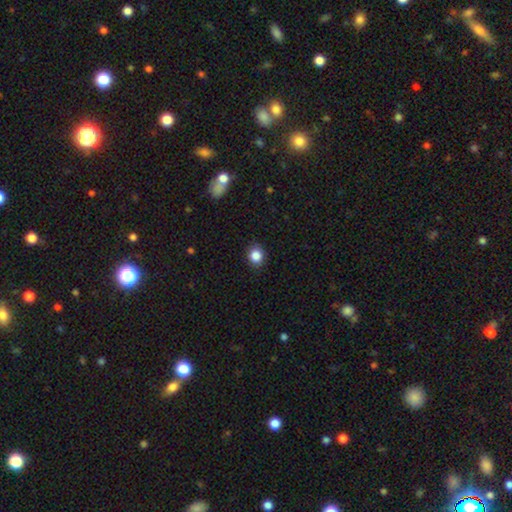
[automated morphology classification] Smooth or featured?
  - smooth: 85% *
  - star or artifact: 10%
  - featured or disk: 4%
How rounded?
  - round: 72% *
  - in between: 27%
  - cigar-shaped: 1%
Merging?
  - none: 88% *
  - minor disturbance: 9%
  - major disturbance: 2%
  - merger: 1%